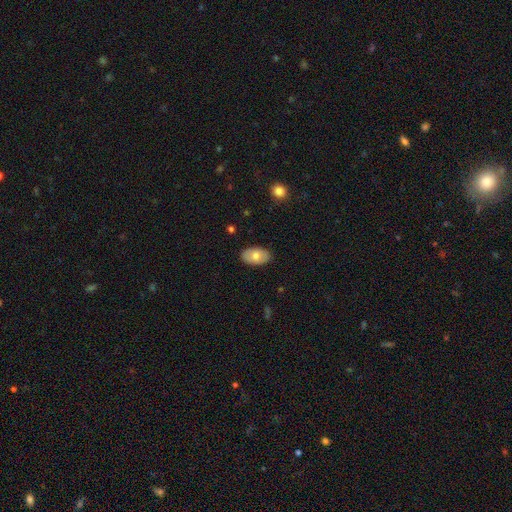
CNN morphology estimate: Overall: smooth (73%). How rounded: in between (93%). Merging: none (87%).